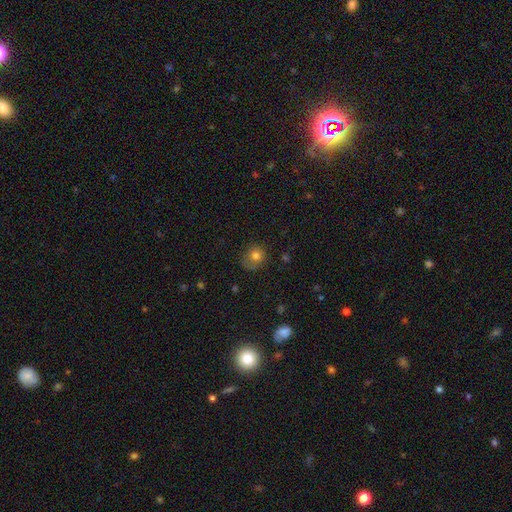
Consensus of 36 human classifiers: smooth 83%, featured or disk 11%, star or artifact 6%. Down the decision tree: how rounded — round (77%); merging — none (68%).